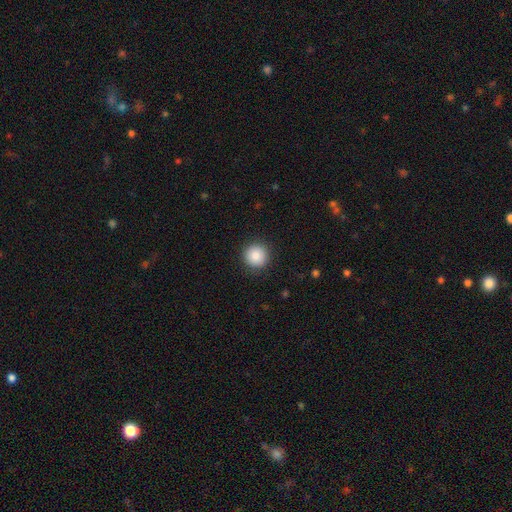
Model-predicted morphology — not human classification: Smooth or featured: smooth — 87% (star or artifact — 9%)
How rounded: round — 95% (in between — 4%)
Merging: none — 91% (minor disturbance — 6%)